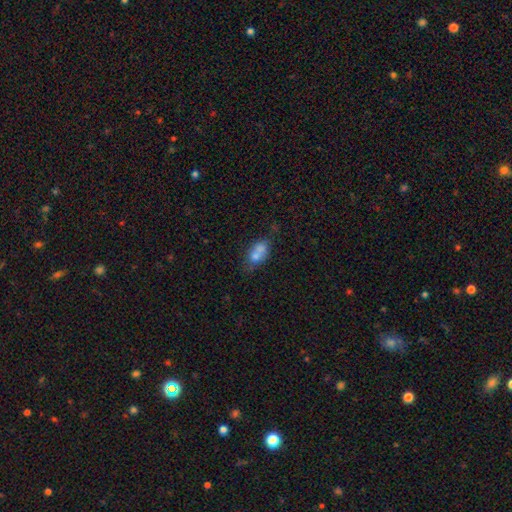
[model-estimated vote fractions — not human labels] smooth-or-featured: smooth: 67% | featured or disk: 22% | star or artifact: 11%
  how-rounded: in between: 78% | round: 17% | cigar-shaped: 5%
  merging: merger: 44% | none: 34% | minor disturbance: 15% | major disturbance: 7%